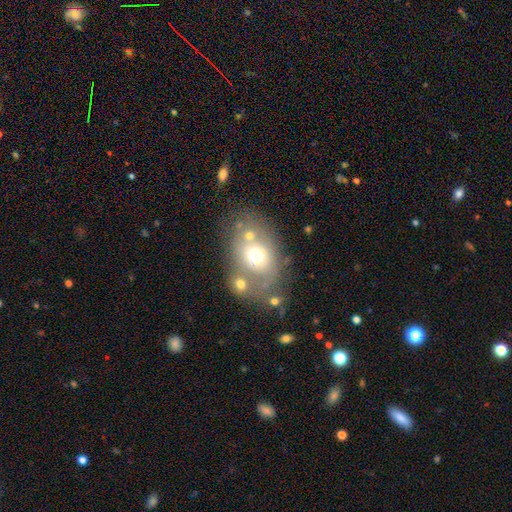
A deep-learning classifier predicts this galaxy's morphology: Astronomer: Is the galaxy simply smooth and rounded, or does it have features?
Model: smooth — 51% (runner-up: featured or disk, 37%).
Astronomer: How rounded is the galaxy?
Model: in between — 64%.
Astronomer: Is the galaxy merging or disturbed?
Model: none — 45% (runner-up: merger, 27%).